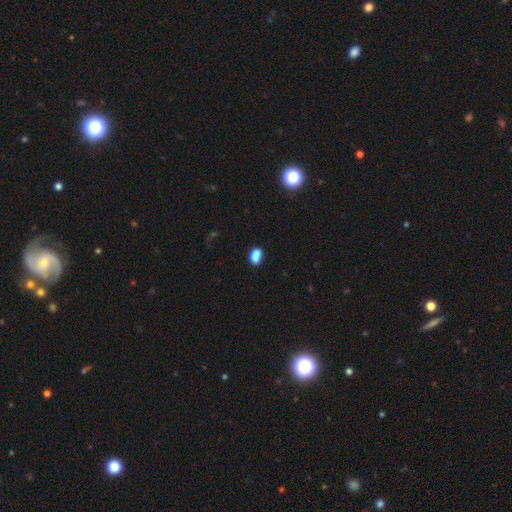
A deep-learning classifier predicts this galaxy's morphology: smooth_or_featured: smooth (p=0.79) [alt: featured or disk p=0.11]
how_rounded: in between (p=0.75) [alt: round p=0.23]
merging: none (p=0.42) [alt: merger p=0.37]